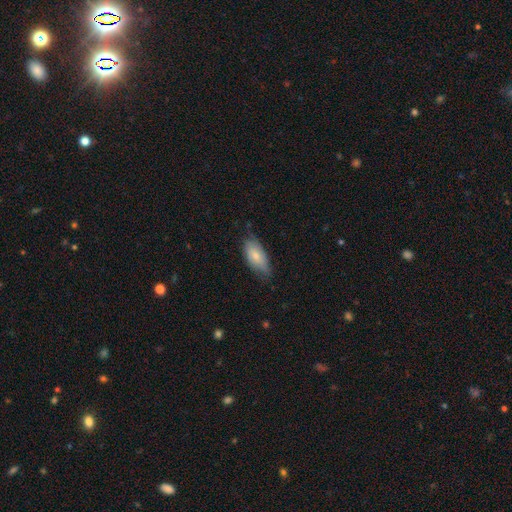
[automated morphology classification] A smooth galaxy with no disk features (74%) that is in between round and cigar-shaped (89%). Merging: none (61%).